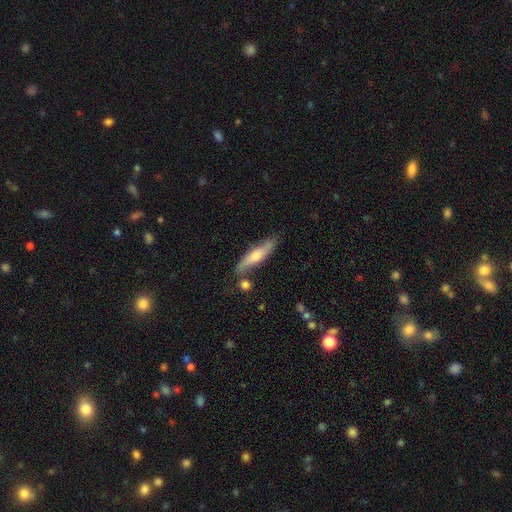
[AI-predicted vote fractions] featured or disk 48%, smooth 46%, star or artifact 6%. Down the decision tree: merging — none (75%).